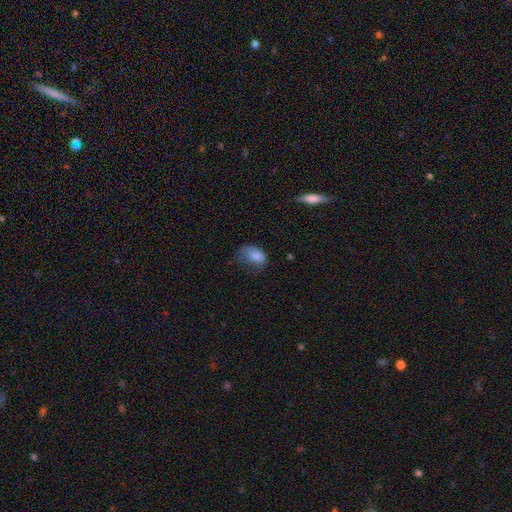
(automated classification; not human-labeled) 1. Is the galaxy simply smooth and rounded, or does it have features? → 80% smooth, 11% featured or disk, 9% star or artifact.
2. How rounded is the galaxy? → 85% in between, 13% round, 2% cigar-shaped.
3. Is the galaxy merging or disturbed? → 36% minor disturbance, 33% major disturbance, 29% none, 2% merger.